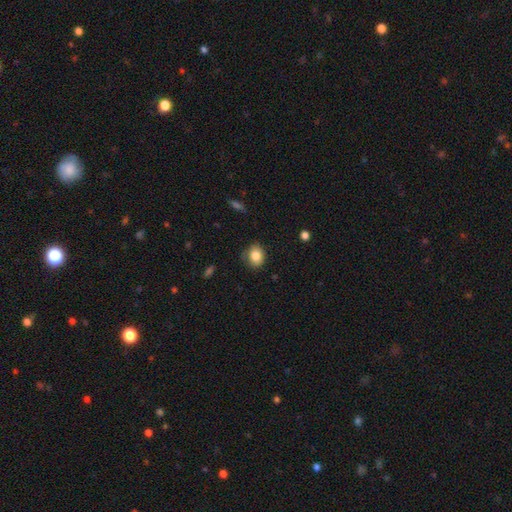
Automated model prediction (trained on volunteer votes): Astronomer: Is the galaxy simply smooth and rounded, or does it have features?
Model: smooth — 83%.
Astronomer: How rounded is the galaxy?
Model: round — 55% (runner-up: in between, 44%).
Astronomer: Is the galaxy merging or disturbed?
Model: none — 79%.